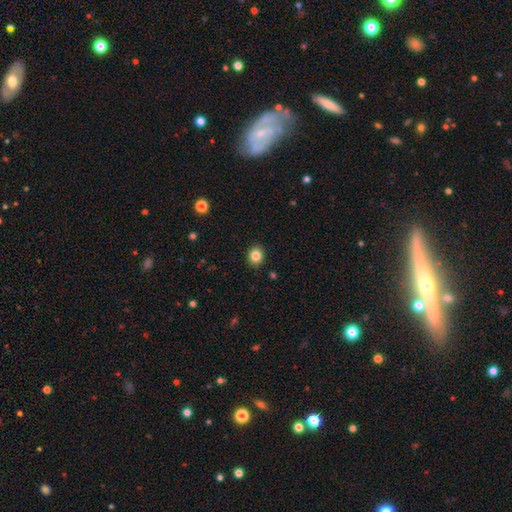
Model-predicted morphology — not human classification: Overall: smooth (84%). How rounded: round (72%). Merging: none (90%).